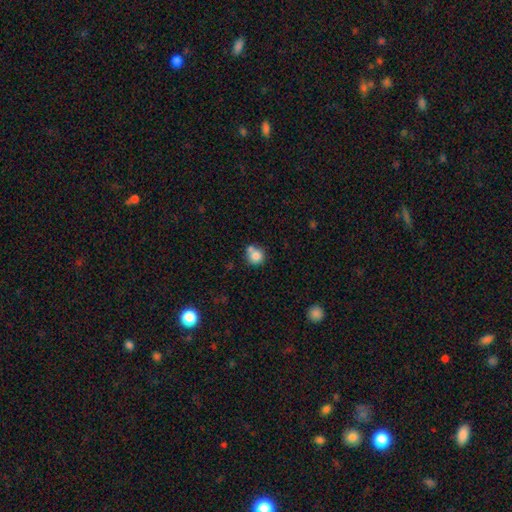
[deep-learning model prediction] Smooth or featured? smooth (80%)
How rounded? round (89%)
Merging? none (54%)